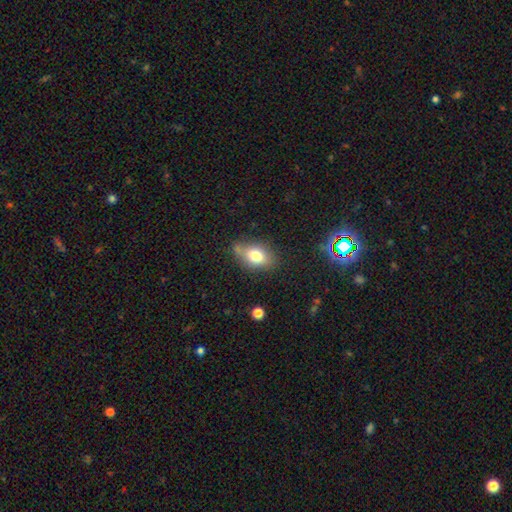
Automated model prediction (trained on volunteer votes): Q: Smooth or featured?
A: smooth (75%); runner-up: featured or disk (15%)
Q: How rounded?
A: in between (83%); runner-up: round (14%)
Q: Merging?
A: none (65%); runner-up: minor disturbance (22%)